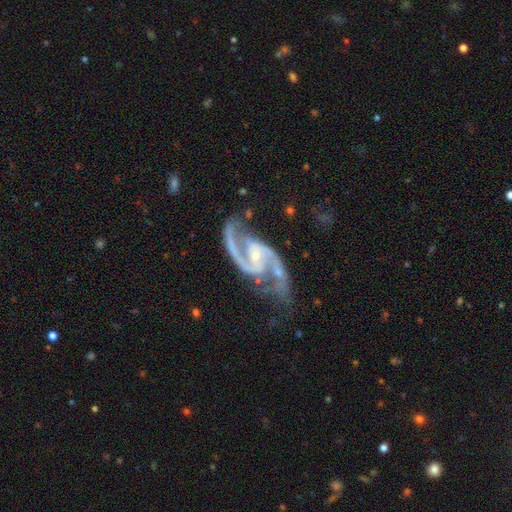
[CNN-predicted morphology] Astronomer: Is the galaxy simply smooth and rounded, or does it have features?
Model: featured or disk — 94%.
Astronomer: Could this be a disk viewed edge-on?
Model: no — 98%.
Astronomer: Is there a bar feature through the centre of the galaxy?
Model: no — 44% (runner-up: weak, 34%).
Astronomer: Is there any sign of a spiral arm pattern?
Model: yes — 99%.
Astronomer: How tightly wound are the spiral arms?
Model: medium — 61%.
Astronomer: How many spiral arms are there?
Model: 2 — 93%.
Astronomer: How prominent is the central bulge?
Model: small — 74%.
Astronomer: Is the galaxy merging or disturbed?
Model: none — 61%.